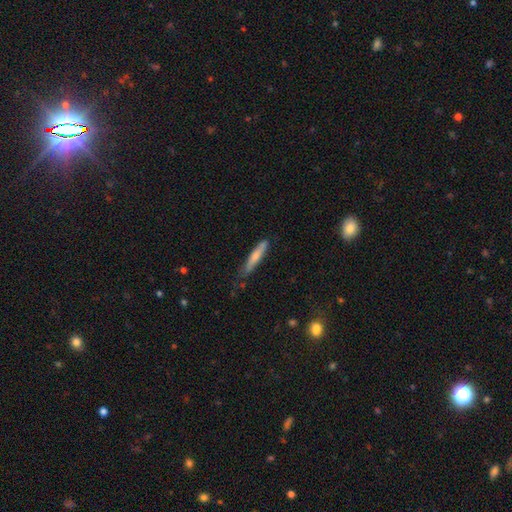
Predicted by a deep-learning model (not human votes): The model was most divided on "smooth or featured": smooth: 68%, featured or disk: 27%, star or artifact: 6%. More confident: how rounded — cigar-shaped (91%); merging — none (71%).